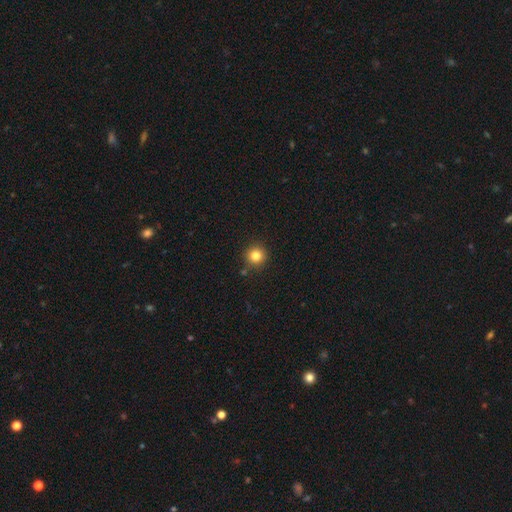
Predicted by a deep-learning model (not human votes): Smooth or featured? Predicted: smooth (p=0.83). How rounded? Predicted: round (p=0.95). Merging? Predicted: none (p=0.87).